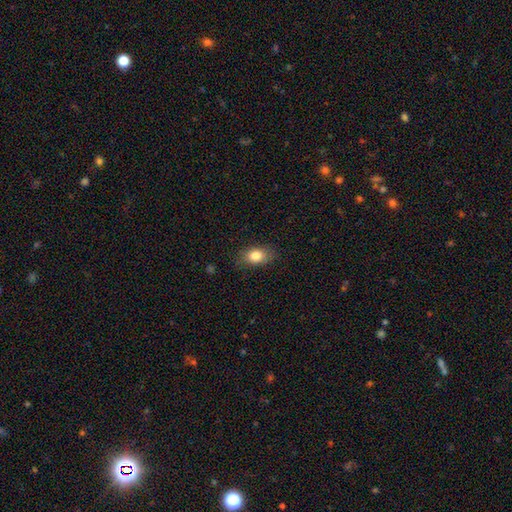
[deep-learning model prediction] Morphology: type=smooth (83%); roundness=in between (79%); merging=none (82%).